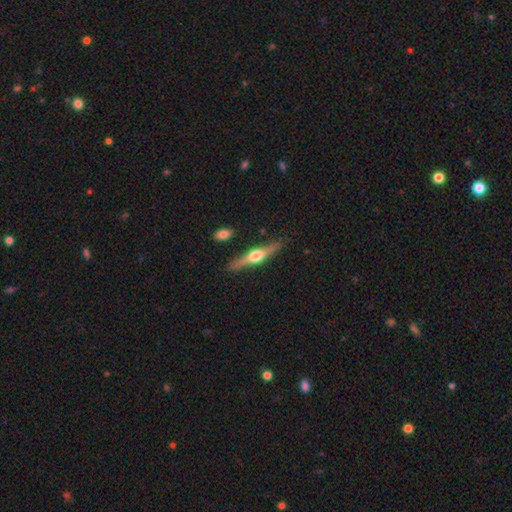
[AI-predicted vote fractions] A featured or disk galaxy (74%) viewed edge-on (97%) with a rounded central bulge (95%). Merging: none (87%).